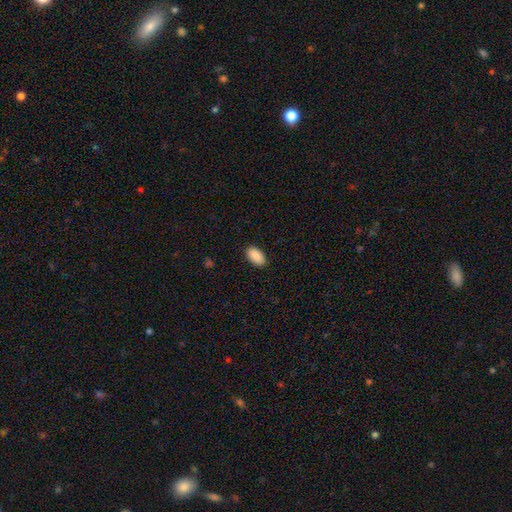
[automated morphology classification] Overall: smooth (90%). How rounded: in between (94%). Merging: none (88%).